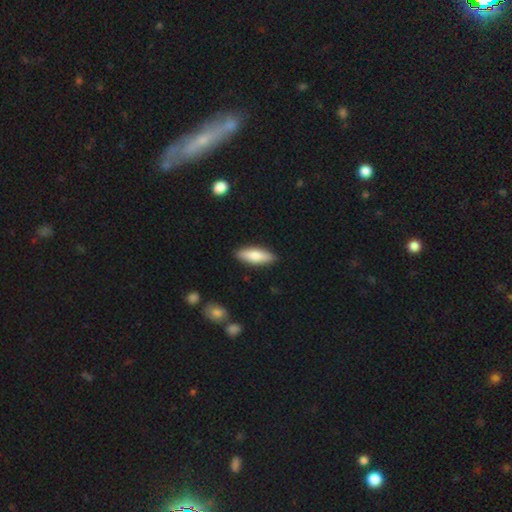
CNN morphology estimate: smooth_or_featured: smooth (p=0.76) [alt: featured or disk p=0.19]
how_rounded: in between (p=0.54) [alt: cigar-shaped p=0.44]
merging: none (p=0.88) [alt: minor disturbance p=0.09]